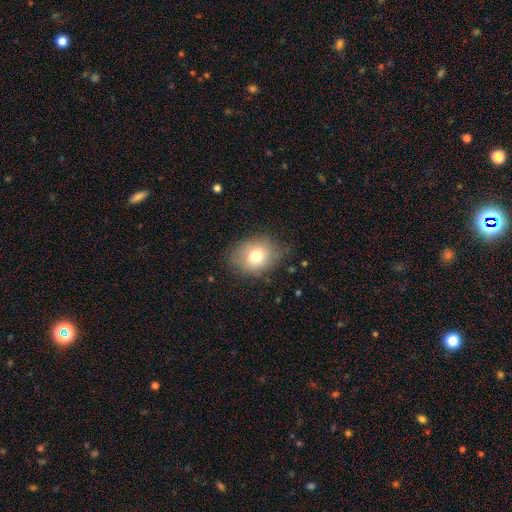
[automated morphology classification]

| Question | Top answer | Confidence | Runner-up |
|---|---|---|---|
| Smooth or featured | smooth | 76% | featured or disk (14%) |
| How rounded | in between | 50% | round (49%) |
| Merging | none | 74% | minor disturbance (19%) |